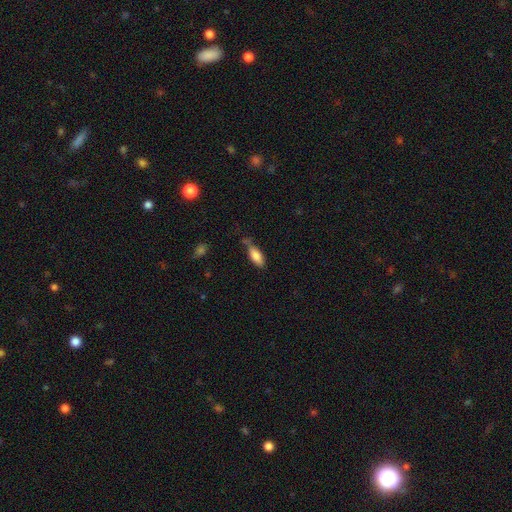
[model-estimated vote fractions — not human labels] Smooth or featured: smooth — 80% (featured or disk — 13%)
How rounded: in between — 76% (cigar-shaped — 22%)
Merging: none — 51% (minor disturbance — 31%)